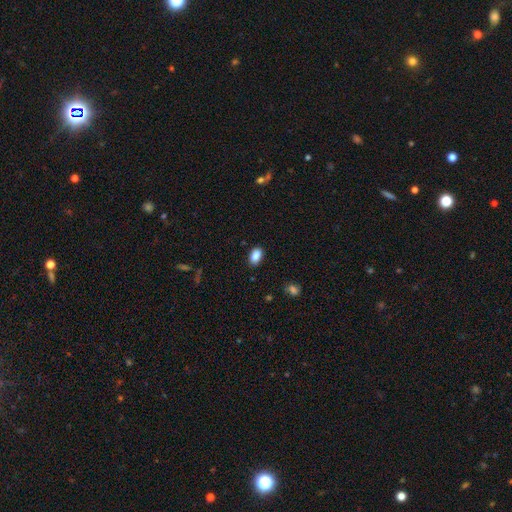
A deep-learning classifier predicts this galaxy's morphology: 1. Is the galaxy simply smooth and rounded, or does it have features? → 88% smooth, 8% star or artifact, 4% featured or disk.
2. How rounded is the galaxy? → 91% in between, 7% round, 2% cigar-shaped.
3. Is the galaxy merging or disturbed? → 86% none, 11% minor disturbance, 2% major disturbance, 1% merger.